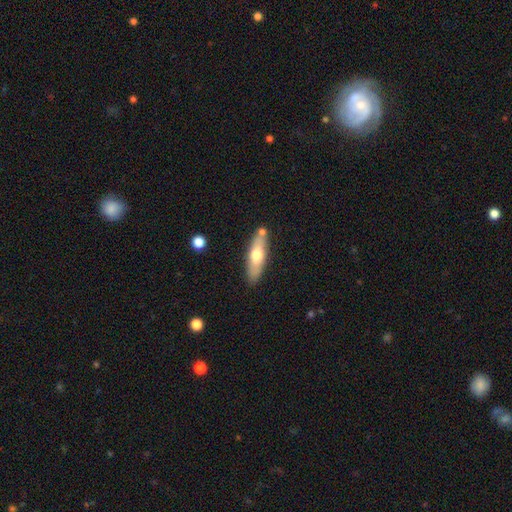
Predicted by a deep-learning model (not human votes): smooth_or_featured: smooth (p=0.52) [alt: featured or disk p=0.41]
how_rounded: cigar-shaped (p=0.54) [alt: in between p=0.43]
merging: none (p=0.80) [alt: minor disturbance p=0.12]